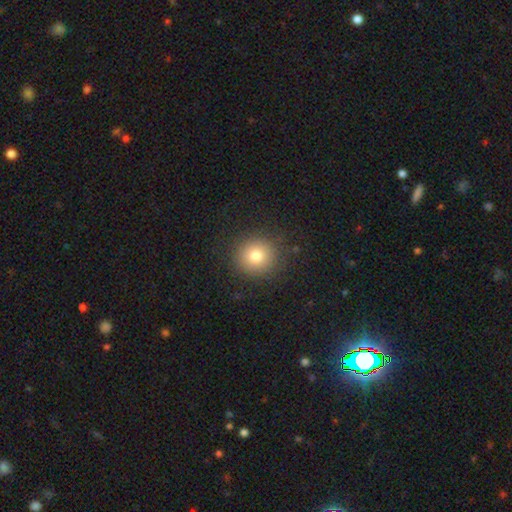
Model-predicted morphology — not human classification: A smooth galaxy with no disk features (79%) that is round (91%).

Vote fractions:
- Smooth or featured? smooth: 79% / star or artifact: 12% / featured or disk: 9%
- How rounded? round: 91% / in between: 8% / cigar-shaped: 1%
- Merging? none: 89% / minor disturbance: 7% / major disturbance: 3% / merger: 1%